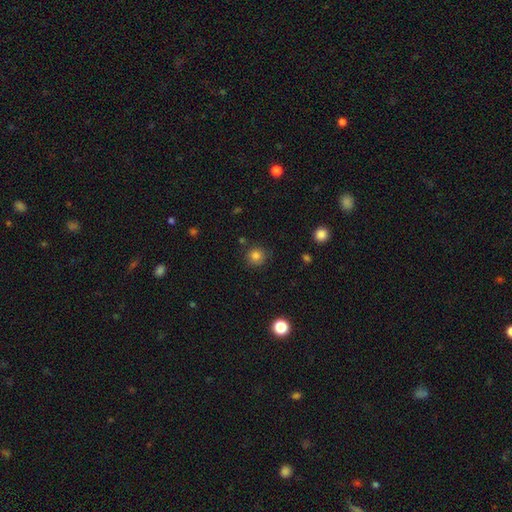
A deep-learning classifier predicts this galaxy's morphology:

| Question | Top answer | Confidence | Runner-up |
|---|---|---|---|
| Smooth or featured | smooth | 82% | star or artifact (12%) |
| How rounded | round | 92% | in between (7%) |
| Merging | none | 84% | minor disturbance (11%) |